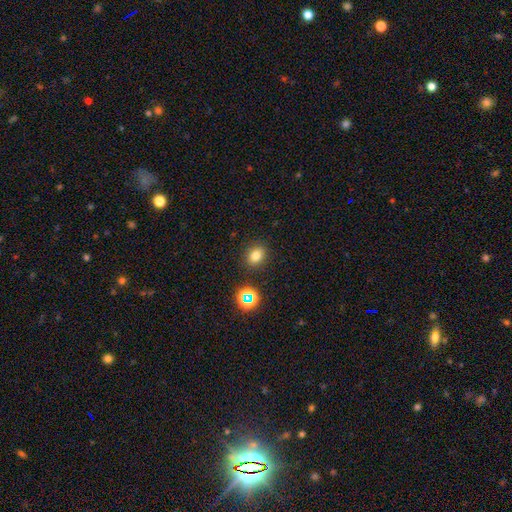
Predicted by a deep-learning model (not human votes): smooth-or-featured: smooth: 75% | star or artifact: 17% | featured or disk: 8%
  how-rounded: round: 55% | in between: 44% | cigar-shaped: 1%
  merging: none: 86% | minor disturbance: 9% | major disturbance: 3% | merger: 2%